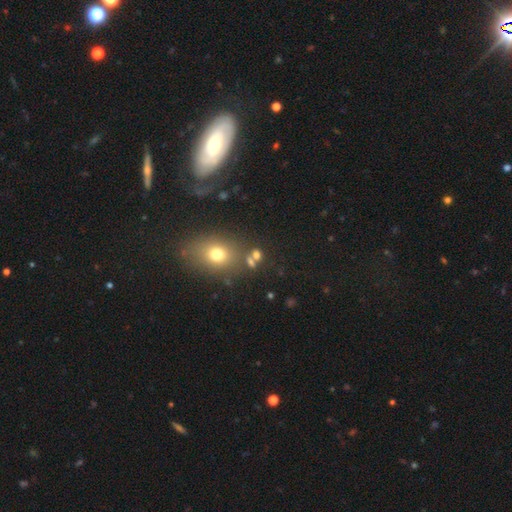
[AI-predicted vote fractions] A smooth galaxy with no disk features (63%) that is round (69%). Merging: none (66%).